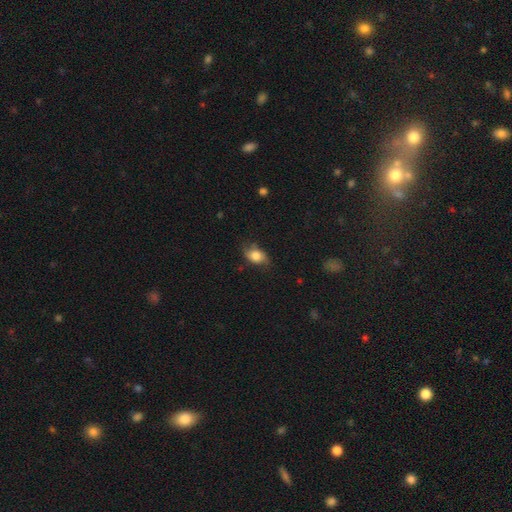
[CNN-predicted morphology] The model was most divided on "merging": none: 67%, minor disturbance: 25%, major disturbance: 6%, merger: 1%. More confident: how rounded — in between (83%); smooth or featured — smooth (76%).